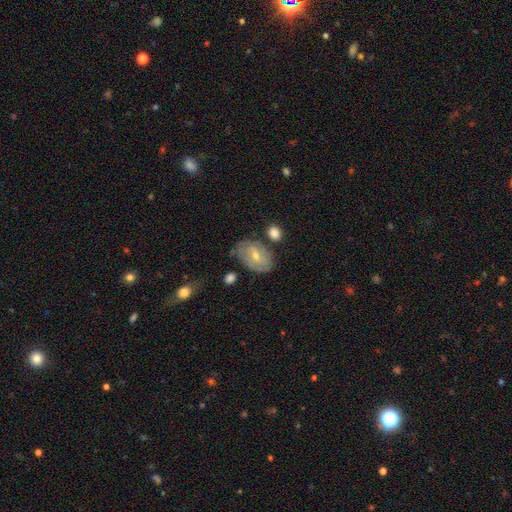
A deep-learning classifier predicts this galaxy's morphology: smooth-or-featured: featured or disk: 55% | smooth: 36% | star or artifact: 9%
  disk-edge-on: no: 94% | yes: 6%
    bar: weak: 44% | no: 43% | strong: 14%
    has-spiral-arms: yes: 63% | no: 37%
    bulge-size: small: 53% | moderate: 44% | none: 1% | large: 1% | dominant: 1%
  merging: none: 66% | minor disturbance: 20% | merger: 8% | major disturbance: 6%